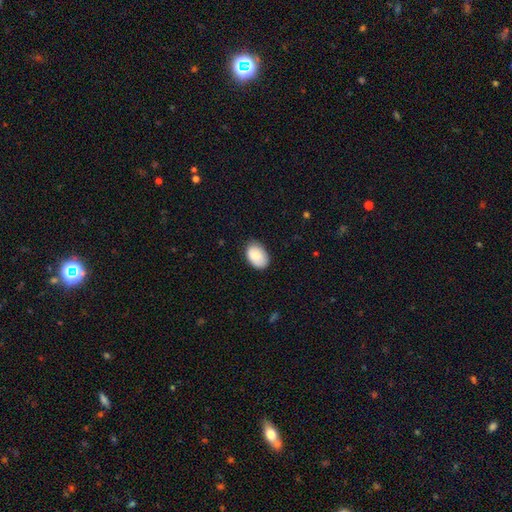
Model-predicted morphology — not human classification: This is clearly a smooth galaxy (85%). How rounded: clearly in between (89%). Merging: likely none (76%).